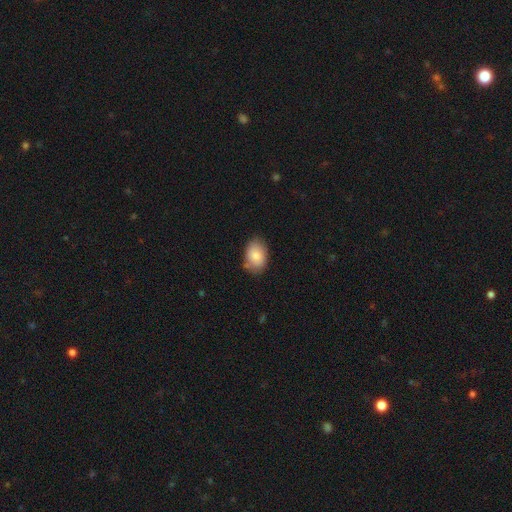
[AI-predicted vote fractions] smooth 82%, featured or disk 11%, star or artifact 7%. Down the decision tree: how rounded — in between (83%); merging — none (75%).